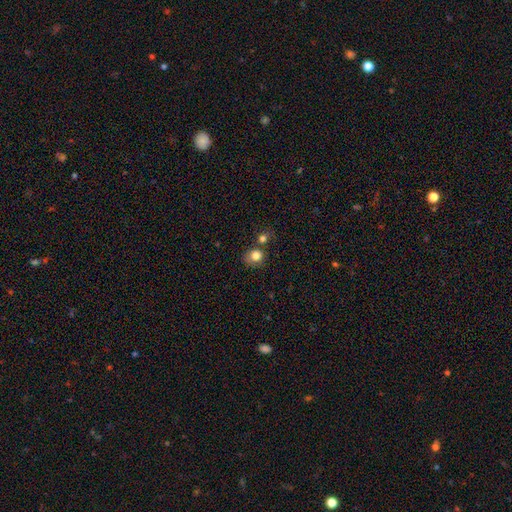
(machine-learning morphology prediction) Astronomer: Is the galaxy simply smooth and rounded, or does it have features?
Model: smooth — 81%.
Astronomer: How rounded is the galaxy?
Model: round — 75%.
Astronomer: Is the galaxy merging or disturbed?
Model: none — 55%.